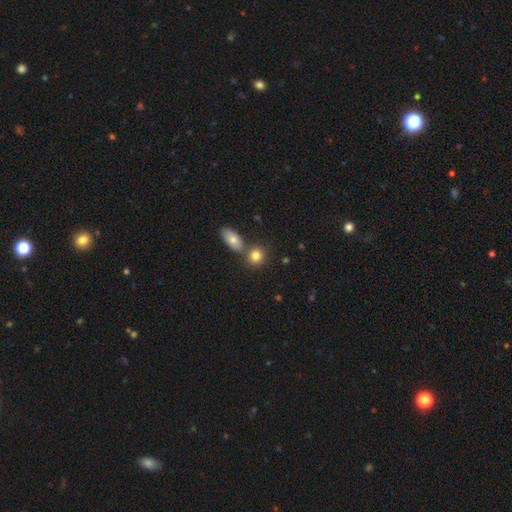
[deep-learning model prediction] Smooth or featured?
  - smooth: 80% *
  - featured or disk: 11%
  - star or artifact: 10%
How rounded?
  - round: 71% *
  - in between: 27%
  - cigar-shaped: 2%
Merging?
  - none: 60% *
  - merger: 28%
  - minor disturbance: 9%
  - major disturbance: 3%